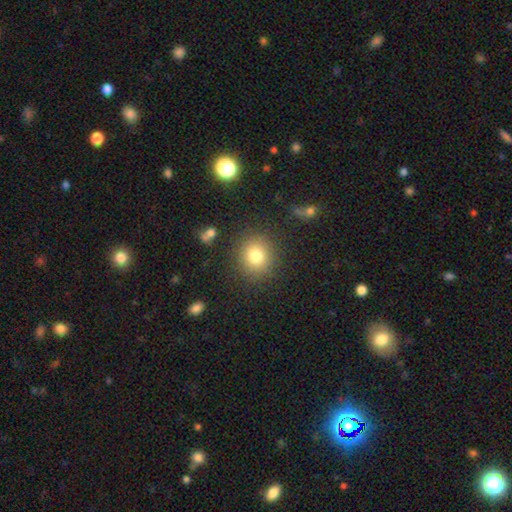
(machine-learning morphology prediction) A smooth galaxy with no disk features (79%) that is round (83%).

Vote fractions:
- Smooth or featured? smooth: 79% / star or artifact: 13% / featured or disk: 8%
- How rounded? round: 83% / in between: 16% / cigar-shaped: 1%
- Merging? none: 87% / minor disturbance: 8% / major disturbance: 3% / merger: 2%